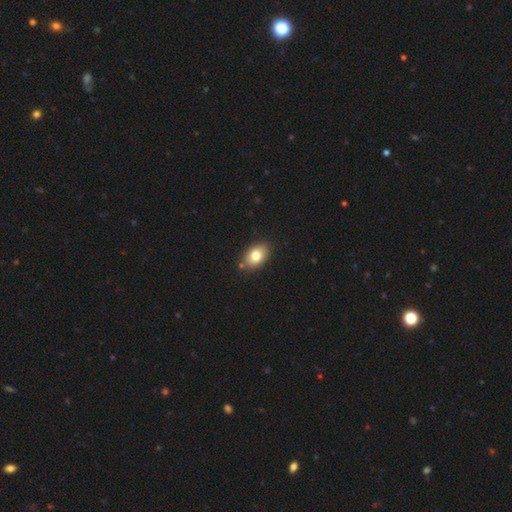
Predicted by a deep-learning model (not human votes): This is likely a smooth galaxy (78%). How rounded: clearly in between (82%). Merging: clearly none (83%).